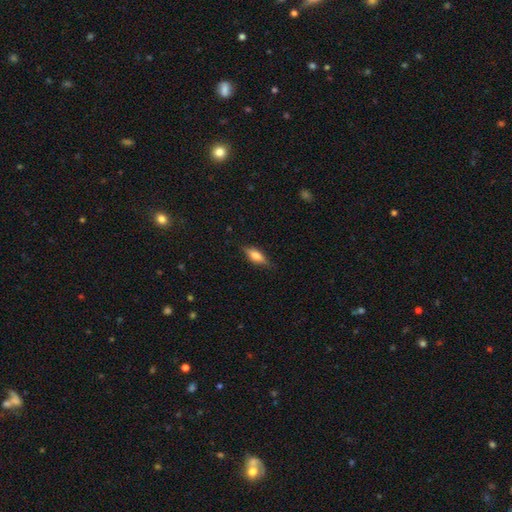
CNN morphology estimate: Q: Smooth or featured?
A: smooth (59%); runner-up: featured or disk (34%)
Q: How rounded?
A: in between (64%); runner-up: cigar-shaped (33%)
Q: Merging?
A: none (81%); runner-up: minor disturbance (15%)